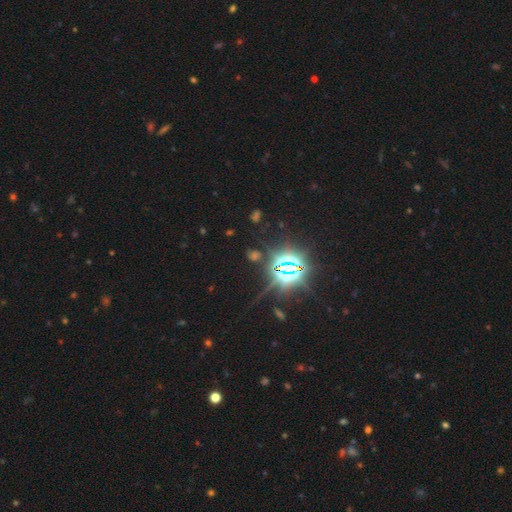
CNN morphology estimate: smooth_or_featured: star or artifact (p=0.78) [alt: smooth p=0.12]